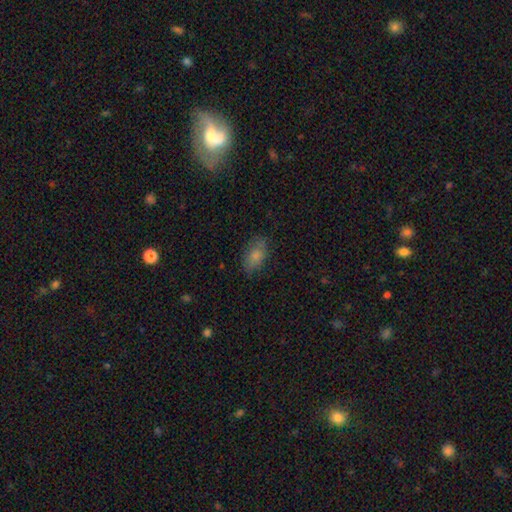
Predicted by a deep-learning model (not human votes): smooth_or_featured: smooth (p=0.80) [alt: featured or disk p=0.11]
how_rounded: in between (p=0.91) [alt: round p=0.06]
merging: none (p=0.79) [alt: minor disturbance p=0.16]